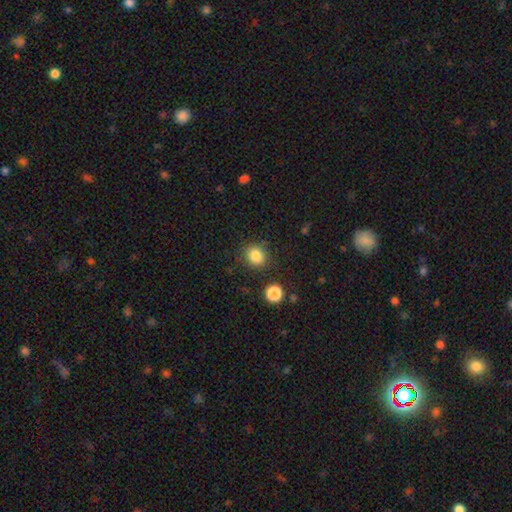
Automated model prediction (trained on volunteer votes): This is clearly a smooth galaxy (84%). How rounded: likely round (75%). Merging: clearly none (84%).